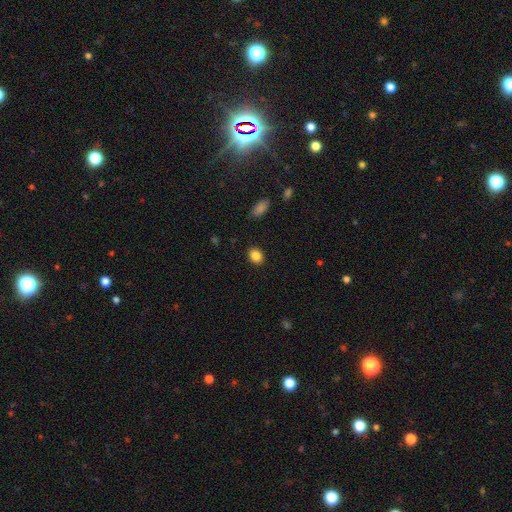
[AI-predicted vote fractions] Smooth or featured? Predicted: smooth (p=0.86). How rounded? Predicted: in between (p=0.68). Merging? Predicted: none (p=0.88).